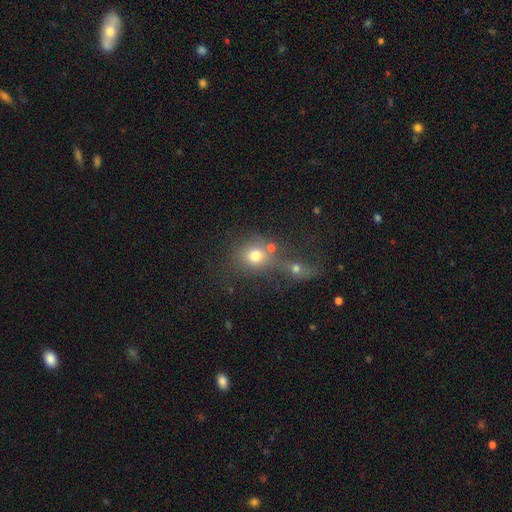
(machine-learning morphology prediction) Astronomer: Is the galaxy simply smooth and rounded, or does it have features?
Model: smooth — 72%.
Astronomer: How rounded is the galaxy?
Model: round — 76%.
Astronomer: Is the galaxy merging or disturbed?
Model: merger — 45% (runner-up: none, 37%).